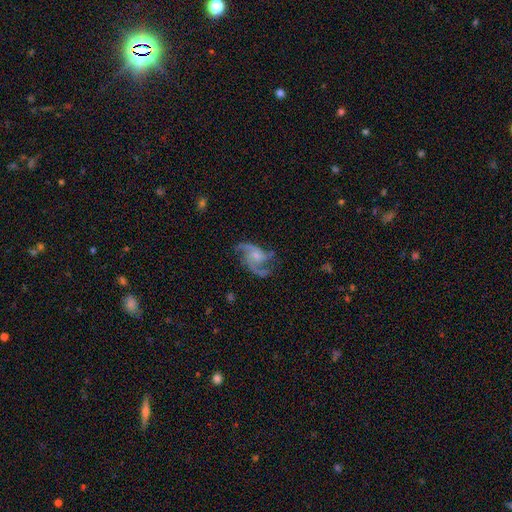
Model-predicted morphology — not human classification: Smooth or featured: featured or disk — 86% (smooth — 8%)
Edge-on disk: no — 98% (yes — 2%)
Bar: no — 66% (weak — 29%)
Spiral arms: yes — 96% (no — 4%)
Spiral winding: medium — 47% (loose — 41%)
Spiral arm count: 2 — 51% (3 — 31%)
Bulge size: small — 55% (moderate — 28%)
Merging: none — 61% (minor disturbance — 19%)